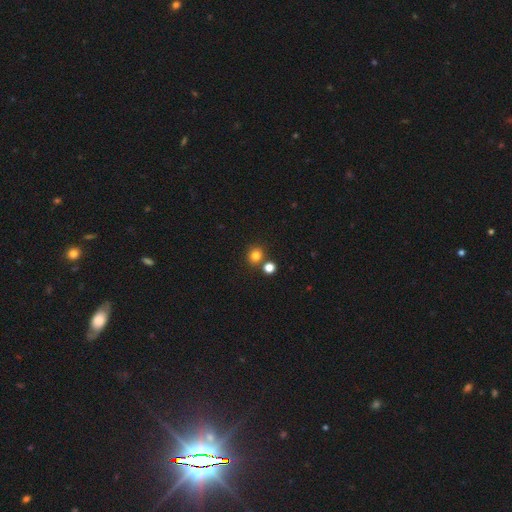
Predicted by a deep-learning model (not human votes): smooth-or-featured: smooth: 80% | star or artifact: 14% | featured or disk: 5%
  how-rounded: round: 86% | in between: 13% | cigar-shaped: 1%
  merging: none: 76% | merger: 14% | minor disturbance: 7% | major disturbance: 3%